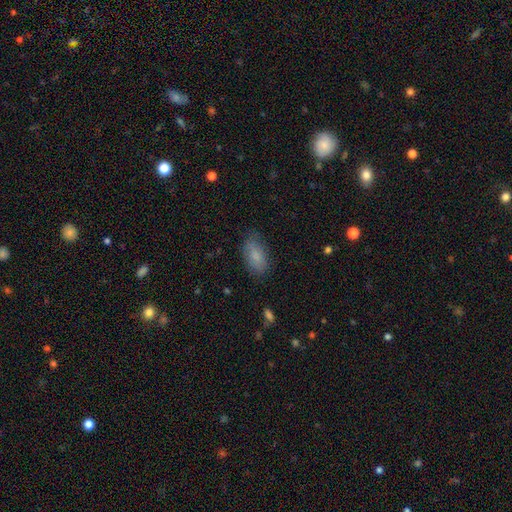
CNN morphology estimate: Smooth or featured: smooth — 82% (featured or disk — 11%)
How rounded: in between — 91% (cigar-shaped — 6%)
Merging: none — 78% (minor disturbance — 17%)